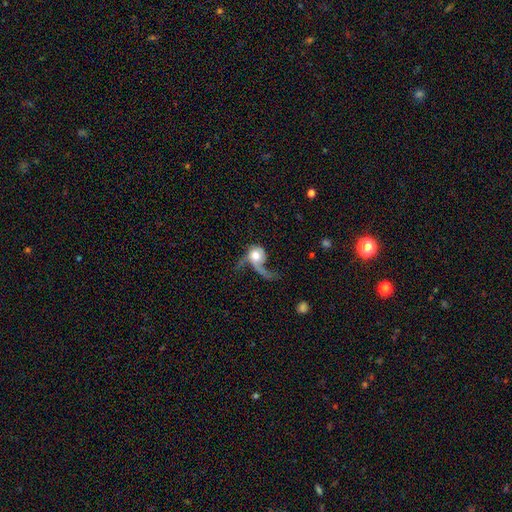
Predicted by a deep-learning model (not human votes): A featured or disk galaxy (52%).

Vote fractions:
- Smooth or featured? featured or disk: 52% / smooth: 40% / star or artifact: 7%
- Edge-on disk? no: 95% / yes: 5%
- Merging? major disturbance: 60% / none: 18% / minor disturbance: 13% / merger: 8%